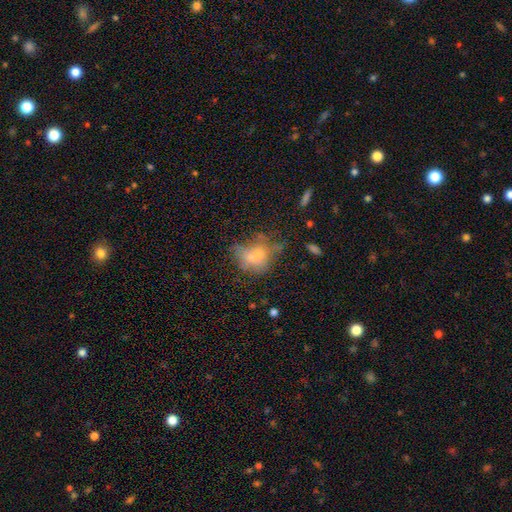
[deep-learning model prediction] smooth 56%, featured or disk 30%, star or artifact 14%. Down the decision tree: how rounded — in between (53%); merging — none (31%).